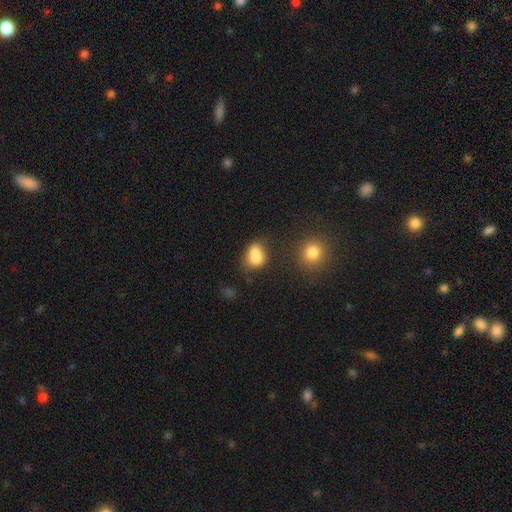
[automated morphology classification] smooth 80%, star or artifact 10%, featured or disk 9%. Down the decision tree: how rounded — in between (68%); merging — none (45%).